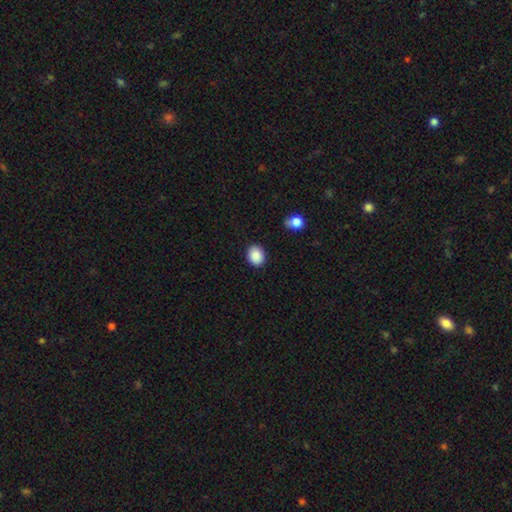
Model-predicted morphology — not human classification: This is clearly a smooth galaxy (88%). How rounded: possibly round (55%). Merging: clearly none (88%).